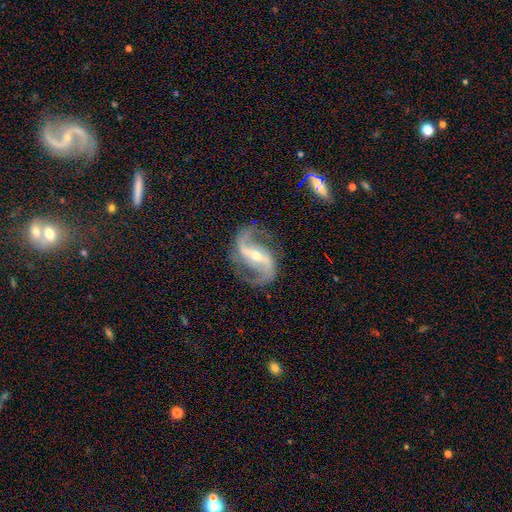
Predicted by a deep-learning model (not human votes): Q: Smooth or featured?
A: featured or disk (93%); runner-up: star or artifact (5%)
Q: Edge-on disk?
A: no (97%); runner-up: yes (3%)
Q: Bar?
A: strong (59%); runner-up: weak (29%)
Q: Spiral arms?
A: yes (98%); runner-up: no (2%)
Q: Spiral winding?
A: loose (51%); runner-up: medium (40%)
Q: Spiral arm count?
A: 2 (94%); runner-up: 1 (1%)
Q: Bulge size?
A: small (56%); runner-up: moderate (40%)
Q: Merging?
A: none (81%); runner-up: minor disturbance (12%)